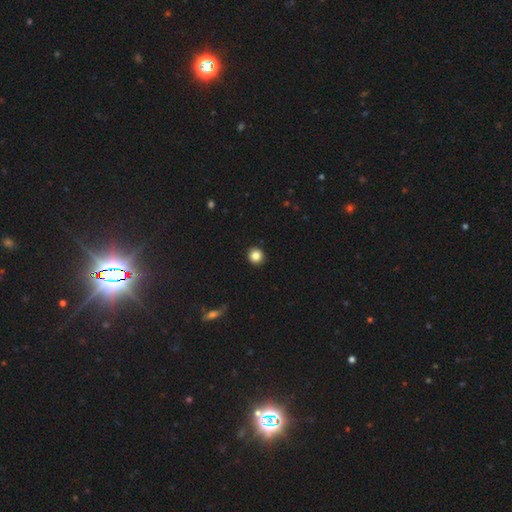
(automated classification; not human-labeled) A smooth galaxy with no disk features (86%) that is round (94%). Merging: none (93%).